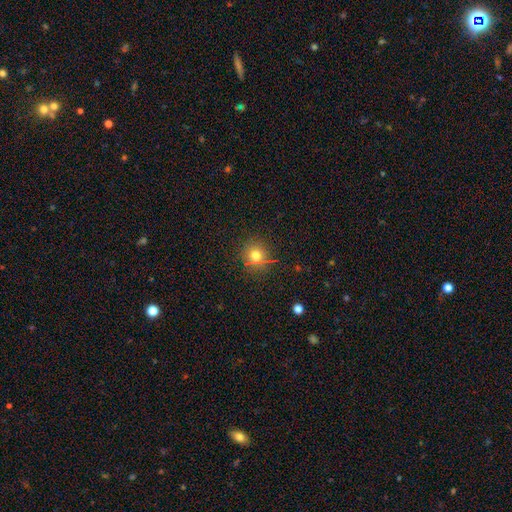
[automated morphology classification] Smooth or featured? smooth (74%)
How rounded? round (92%)
Merging? none (85%)